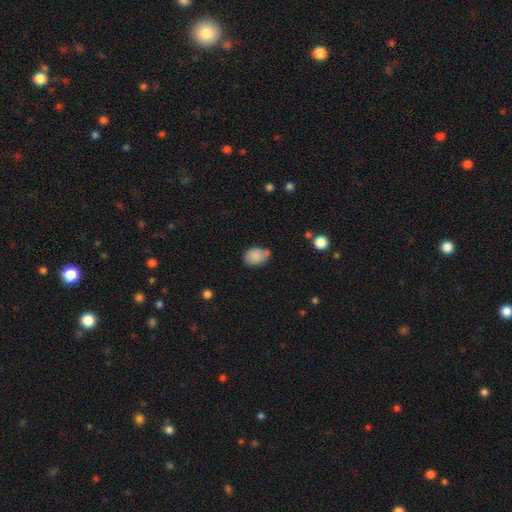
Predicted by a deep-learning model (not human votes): The model was most divided on "merging": none: 57%, minor disturbance: 28%, merger: 9%, major disturbance: 6%. More confident: smooth or featured — smooth (84%); how rounded — in between (71%).